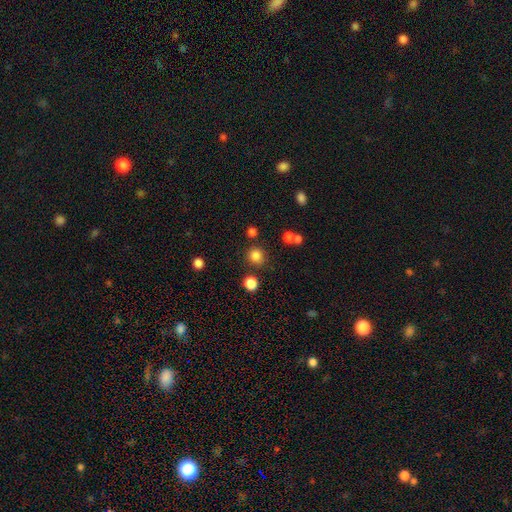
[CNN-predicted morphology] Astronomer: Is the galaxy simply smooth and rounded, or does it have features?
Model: smooth — 82%.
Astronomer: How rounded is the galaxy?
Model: round — 87%.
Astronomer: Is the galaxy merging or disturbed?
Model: none — 81%.